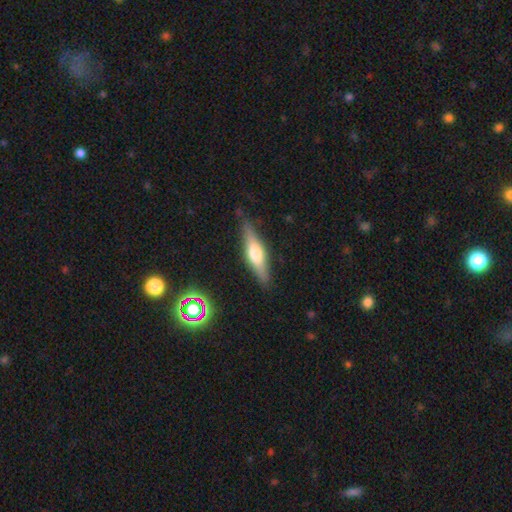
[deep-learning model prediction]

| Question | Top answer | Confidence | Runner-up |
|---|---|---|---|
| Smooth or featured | featured or disk | 52% | smooth (41%) |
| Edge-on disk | yes | 92% | no (8%) |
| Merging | none | 84% | minor disturbance (12%) |